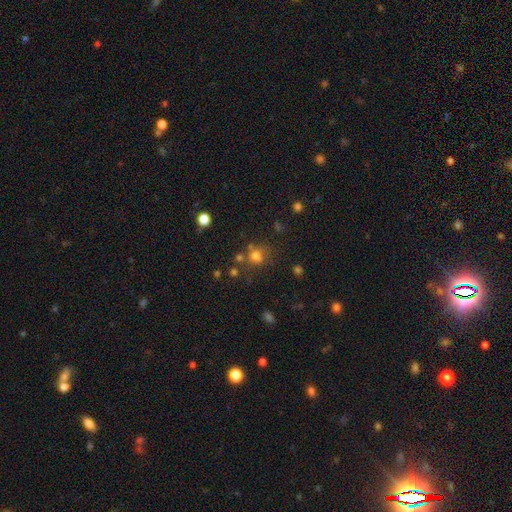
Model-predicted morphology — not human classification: Q: Smooth or featured?
A: smooth (68%); runner-up: star or artifact (20%)
Q: How rounded?
A: round (67%); runner-up: in between (32%)
Q: Merging?
A: none (55%); runner-up: merger (20%)